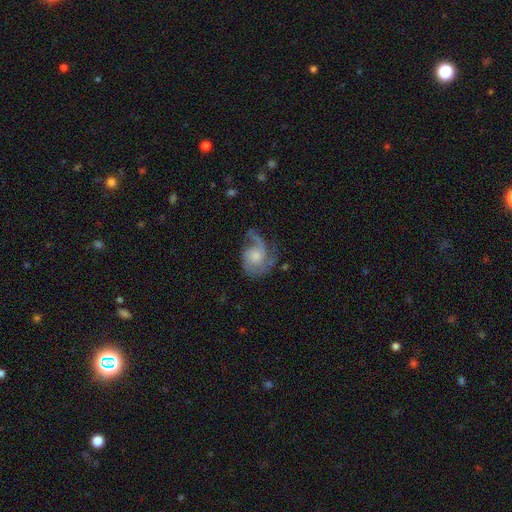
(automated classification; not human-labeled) The model was most divided on "bulge size": moderate: 44%, small: 30%, large: 13%, none: 11%, dominant: 2%. Remaining: edge-on disk — no (98%); spiral arms — yes (94%); smooth or featured — featured or disk (78%); bar — no (72%); merging — none (48%); spiral winding — medium (46%); spiral arm count — 2 (44%).